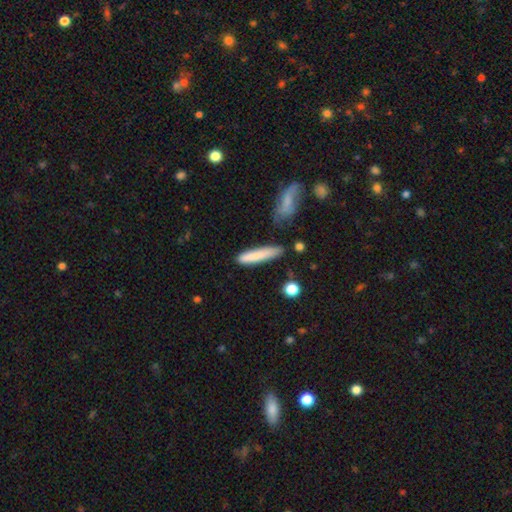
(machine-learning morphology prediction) smooth-or-featured: smooth: 80% | featured or disk: 14% | star or artifact: 7%
  how-rounded: cigar-shaped: 88% | in between: 10% | round: 2%
  merging: none: 76% | minor disturbance: 16% | merger: 5% | major disturbance: 4%